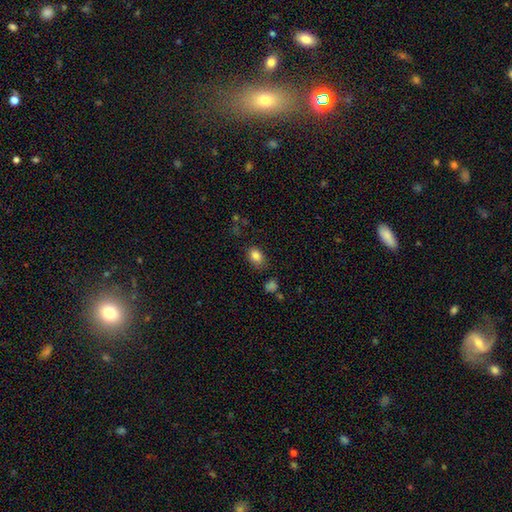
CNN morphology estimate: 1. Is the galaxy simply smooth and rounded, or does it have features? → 85% smooth, 10% star or artifact, 5% featured or disk.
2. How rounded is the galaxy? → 79% in between, 20% round, 1% cigar-shaped.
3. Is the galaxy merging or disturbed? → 74% none, 18% minor disturbance, 5% major disturbance, 3% merger.